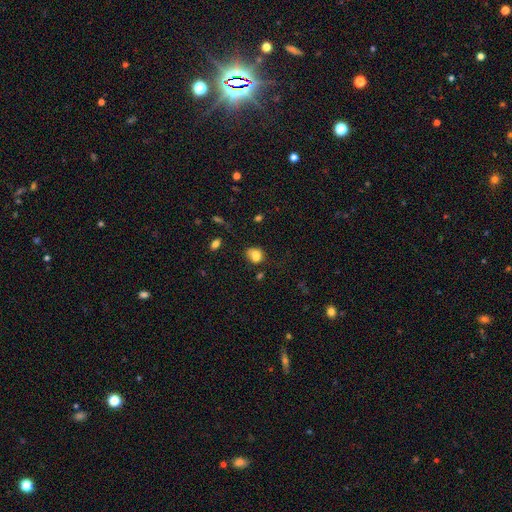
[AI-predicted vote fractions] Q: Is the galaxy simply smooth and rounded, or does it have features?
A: smooth — 77%.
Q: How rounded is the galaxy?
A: in between — 51%.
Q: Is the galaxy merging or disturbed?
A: none — 42%.